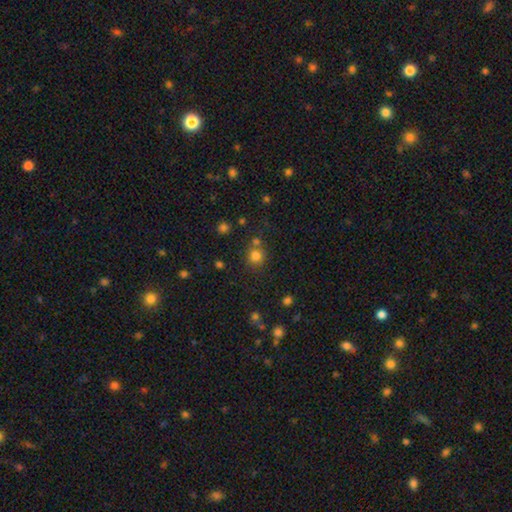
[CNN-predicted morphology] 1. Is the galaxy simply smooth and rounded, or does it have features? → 78% smooth, 15% star or artifact, 7% featured or disk.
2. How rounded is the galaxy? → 87% round, 12% in between, 1% cigar-shaped.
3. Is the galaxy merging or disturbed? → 67% none, 18% merger, 11% minor disturbance, 4% major disturbance.